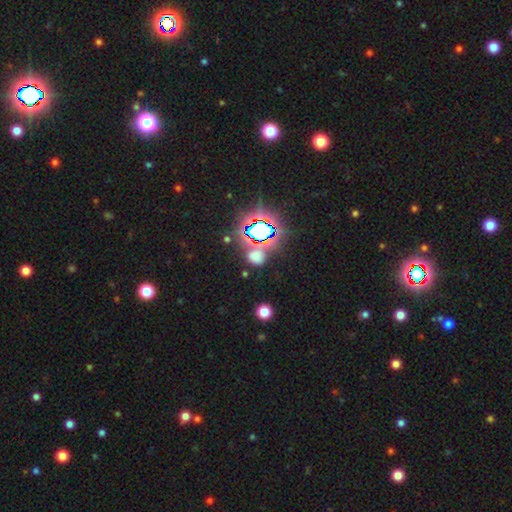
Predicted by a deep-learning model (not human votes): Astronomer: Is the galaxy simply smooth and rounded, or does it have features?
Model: star or artifact — 49% (runner-up: smooth, 42%).